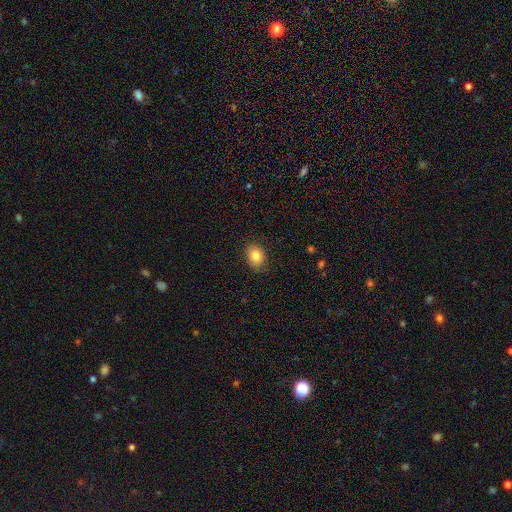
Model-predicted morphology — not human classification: smooth_or_featured: smooth (p=0.84) [alt: star or artifact p=0.09]
how_rounded: in between (p=0.68) [alt: round p=0.31]
merging: none (p=0.86) [alt: minor disturbance p=0.11]